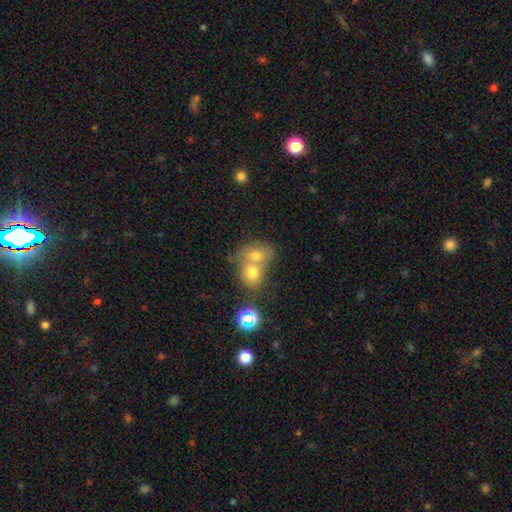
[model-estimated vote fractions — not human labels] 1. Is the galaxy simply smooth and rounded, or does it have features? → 67% smooth, 18% featured or disk, 15% star or artifact.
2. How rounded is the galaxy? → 51% round, 48% in between, 1% cigar-shaped.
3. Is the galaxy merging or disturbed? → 65% merger, 25% none, 7% minor disturbance, 3% major disturbance.